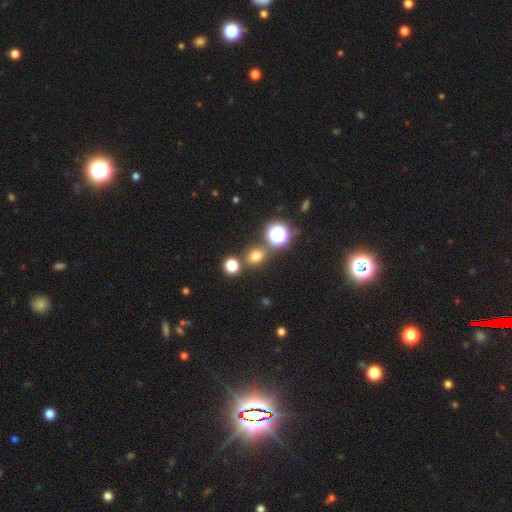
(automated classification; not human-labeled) This appears to be a smooth galaxy with no disk features (67%) that is round (63%). Merging: none (77%).